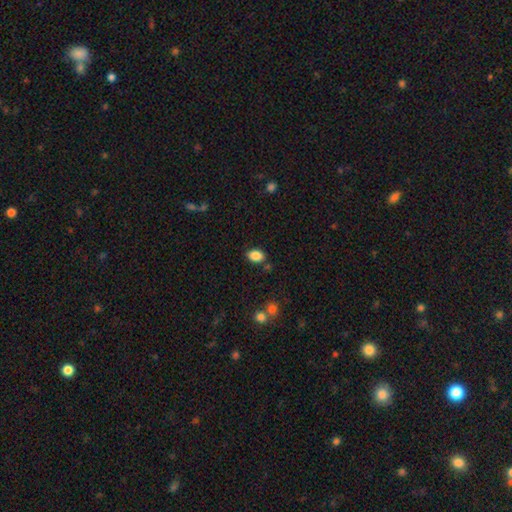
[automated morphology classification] smooth_or_featured: smooth (p=0.87) [alt: star or artifact p=0.09]
how_rounded: in between (p=0.81) [alt: round p=0.18]
merging: none (p=0.81) [alt: minor disturbance p=0.11]